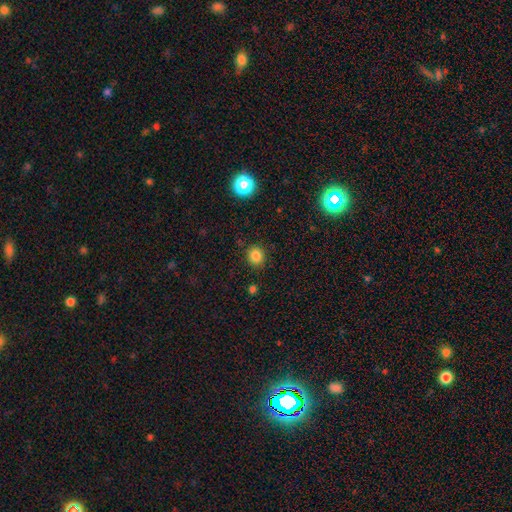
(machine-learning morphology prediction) This appears to be a smooth galaxy with no disk features (83%) that is round (83%). Merging: none (88%).